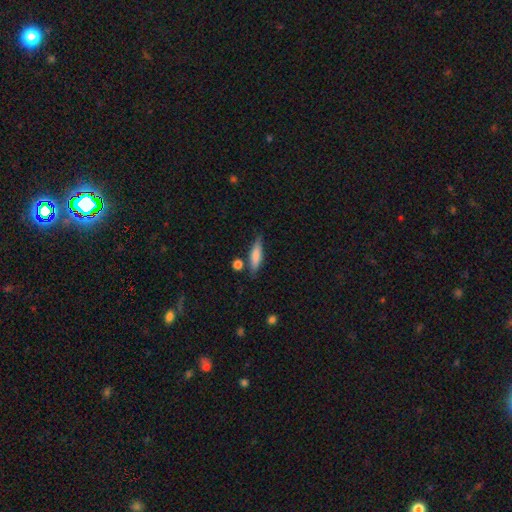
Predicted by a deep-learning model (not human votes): smooth-or-featured: smooth: 75% | featured or disk: 19% | star or artifact: 6%
  how-rounded: cigar-shaped: 67% | in between: 30% | round: 2%
  merging: none: 73% | minor disturbance: 16% | merger: 7% | major disturbance: 4%